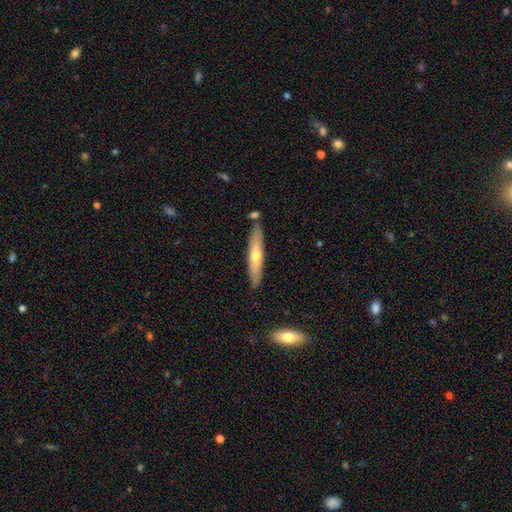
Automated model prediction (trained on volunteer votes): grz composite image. It shows a smooth galaxy with no disk features (50%). Merging: none (84%).